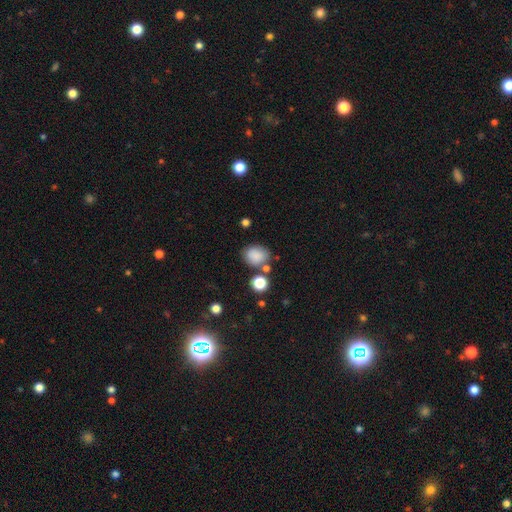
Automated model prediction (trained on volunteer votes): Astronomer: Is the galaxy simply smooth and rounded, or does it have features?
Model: smooth — 84%.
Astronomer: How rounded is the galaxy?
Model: in between — 53% (runner-up: round, 46%).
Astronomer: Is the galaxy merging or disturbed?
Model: none — 70%.